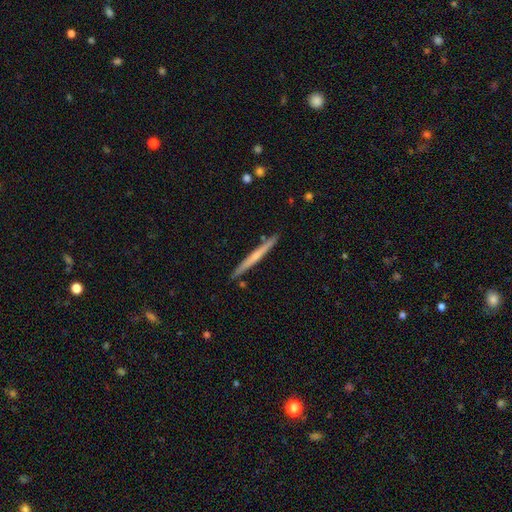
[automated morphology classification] type=featured or disk (51%); edge-on=yes (97%); merging=none (90%).